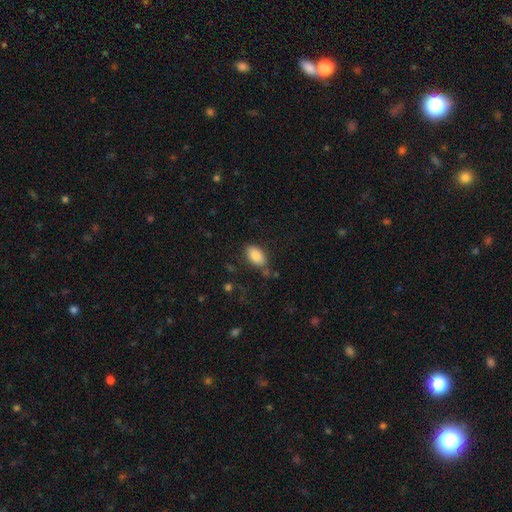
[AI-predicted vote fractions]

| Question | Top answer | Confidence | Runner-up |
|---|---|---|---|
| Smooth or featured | smooth | 86% | star or artifact (7%) |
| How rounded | in between | 92% | round (6%) |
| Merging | none | 77% | minor disturbance (15%) |